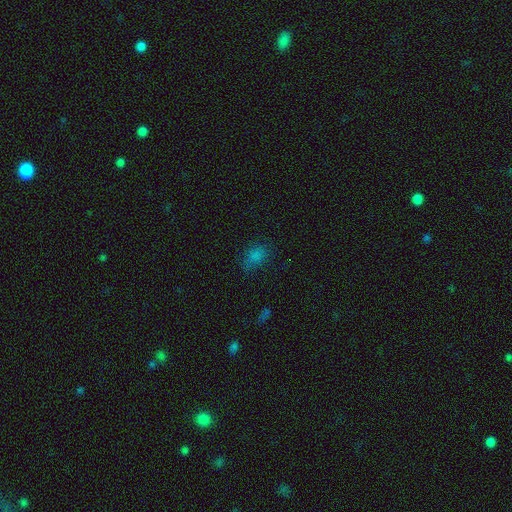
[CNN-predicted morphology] This is likely a smooth galaxy (75%). How rounded: likely in between (75%). Merging: likely none (61%).